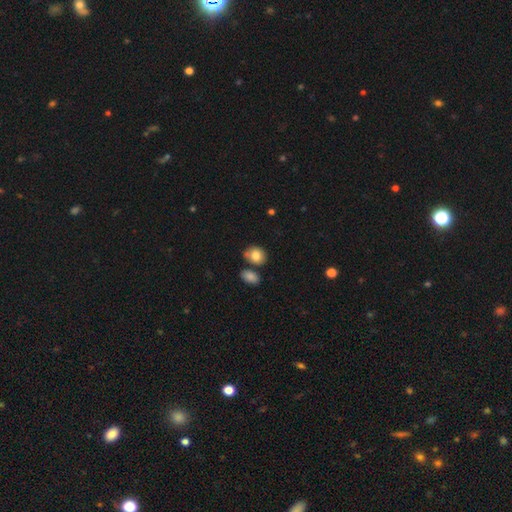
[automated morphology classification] Smooth or featured?
  - smooth: 82% *
  - featured or disk: 9%
  - star or artifact: 9%
How rounded?
  - in between: 53% *
  - round: 46%
  - cigar-shaped: 1%
Merging?
  - none: 60% *
  - minor disturbance: 18%
  - merger: 17%
  - major disturbance: 5%